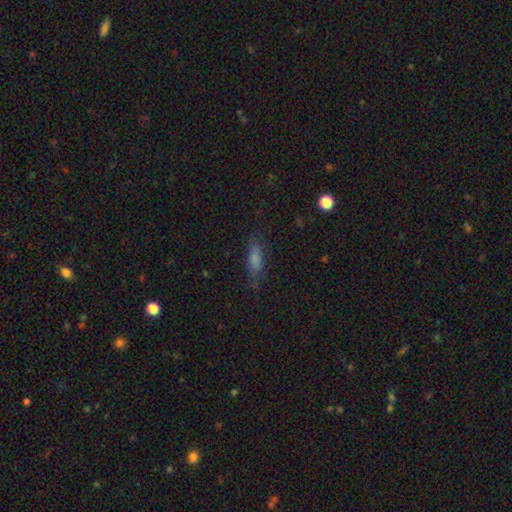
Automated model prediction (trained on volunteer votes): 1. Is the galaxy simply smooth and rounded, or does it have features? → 55% smooth, 27% featured or disk, 18% star or artifact.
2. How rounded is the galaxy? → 60% cigar-shaped, 37% in between, 4% round.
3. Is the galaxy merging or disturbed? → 79% none, 15% minor disturbance, 5% major disturbance, 2% merger.